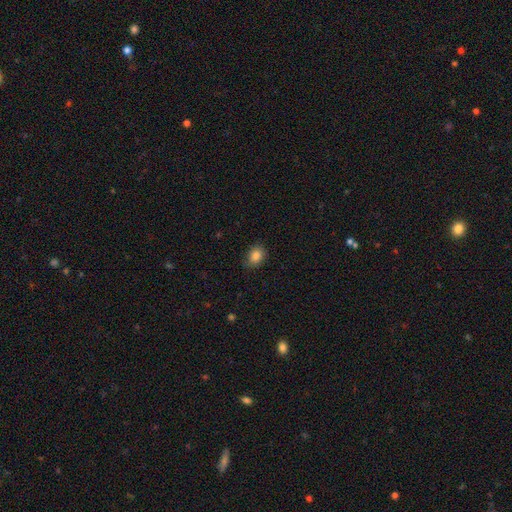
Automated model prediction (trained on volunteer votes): A smooth galaxy with no disk features (85%) that is in between round and cigar-shaped (60%). Merging: none (80%).